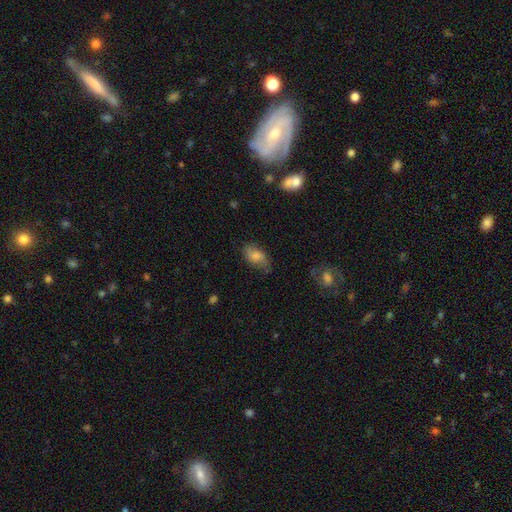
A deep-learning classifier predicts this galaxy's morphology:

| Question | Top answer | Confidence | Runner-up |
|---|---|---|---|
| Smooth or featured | smooth | 68% | featured or disk (23%) |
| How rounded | in between | 89% | round (8%) |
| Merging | none | 58% | minor disturbance (29%) |